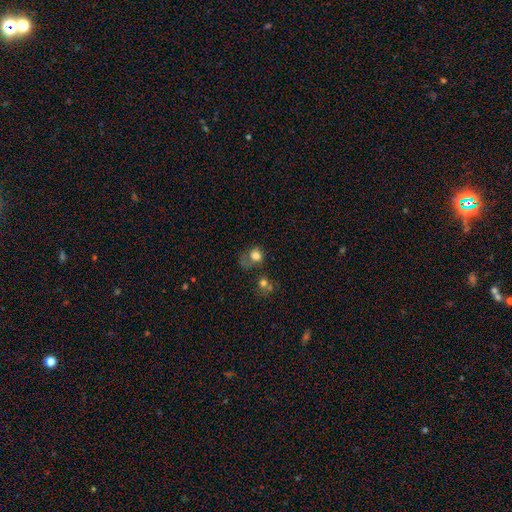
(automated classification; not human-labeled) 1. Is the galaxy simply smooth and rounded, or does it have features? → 75% smooth, 13% featured or disk, 12% star or artifact.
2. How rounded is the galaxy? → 61% round, 38% in between, 1% cigar-shaped.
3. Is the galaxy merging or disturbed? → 34% none, 25% major disturbance, 22% minor disturbance, 19% merger.